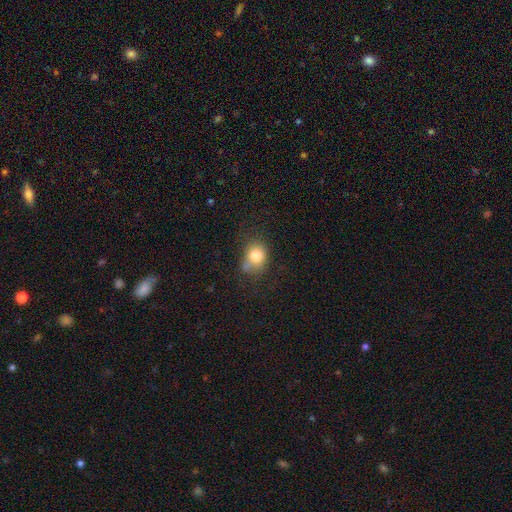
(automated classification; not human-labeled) Smooth or featured? smooth (78%)
How rounded? round (57%)
Merging? none (52%)